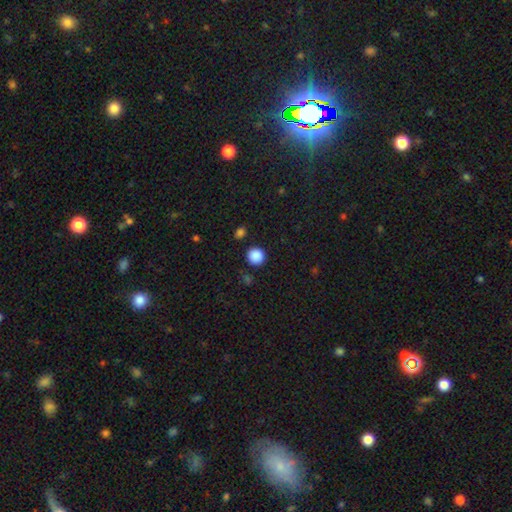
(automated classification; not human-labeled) Overall: smooth (88%). How rounded: round (92%). Merging: none (88%).